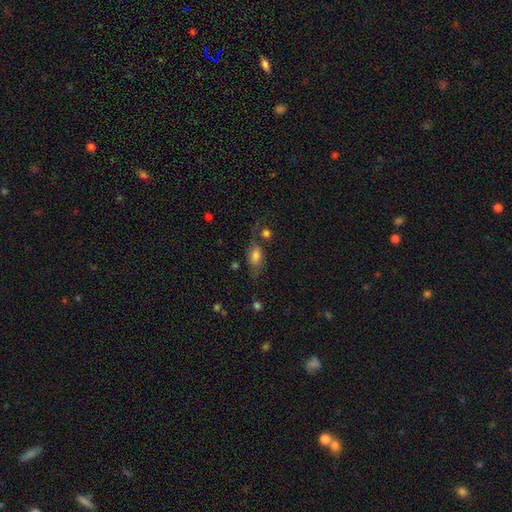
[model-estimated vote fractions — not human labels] This appears to be a smooth galaxy with no disk features (70%) that is in between round and cigar-shaped (78%). Merging: none (46%).